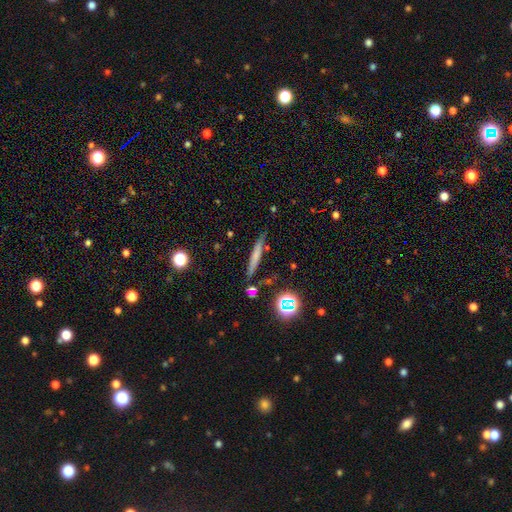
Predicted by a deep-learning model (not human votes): smooth 56%, featured or disk 33%, star or artifact 11%. Down the decision tree: how rounded — cigar-shaped (92%); merging — none (82%).